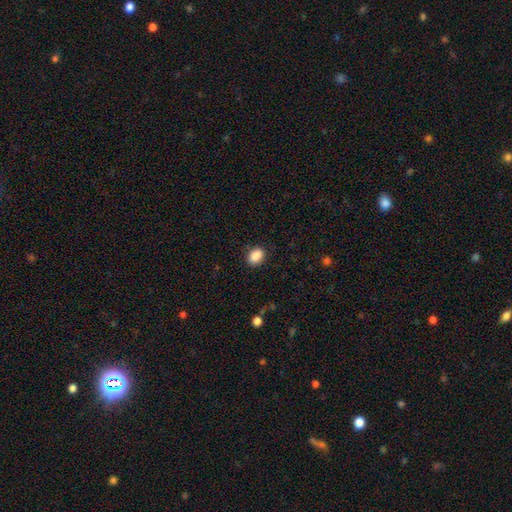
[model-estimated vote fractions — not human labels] This appears to be a smooth galaxy with no disk features (89%) that is in between round and cigar-shaped (65%). Merging: none (87%).